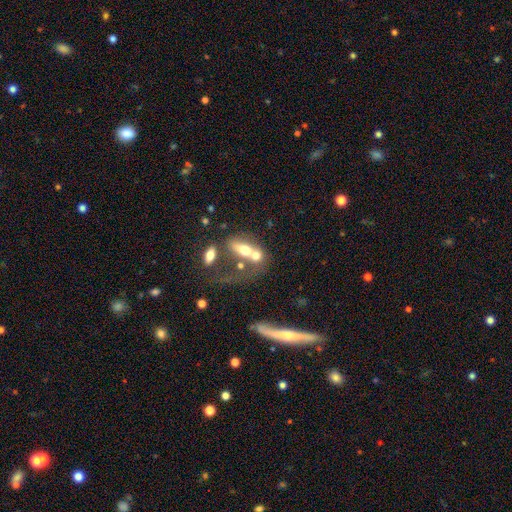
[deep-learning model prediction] This is possibly a smooth galaxy (53%). How rounded: likely in between (62%). Merging: likely merger (61%).